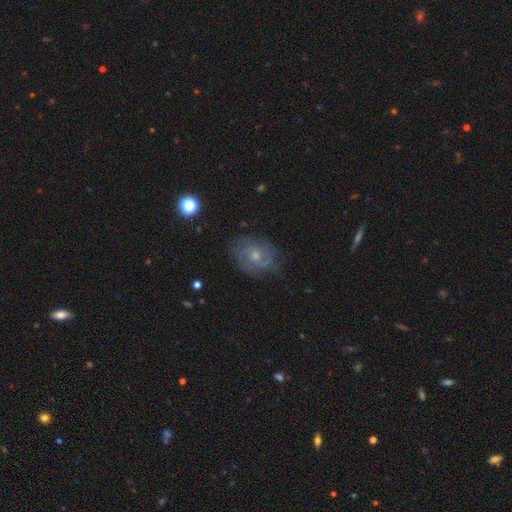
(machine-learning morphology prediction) Smooth or featured? featured or disk (73%)
Edge-on disk? no (97%)
Bar? no (68%)
Spiral arms? yes (87%)
Spiral winding? tight (50%)
Spiral arm count? 2 (48%)
Bulge size? small (51%)
Merging? none (74%)